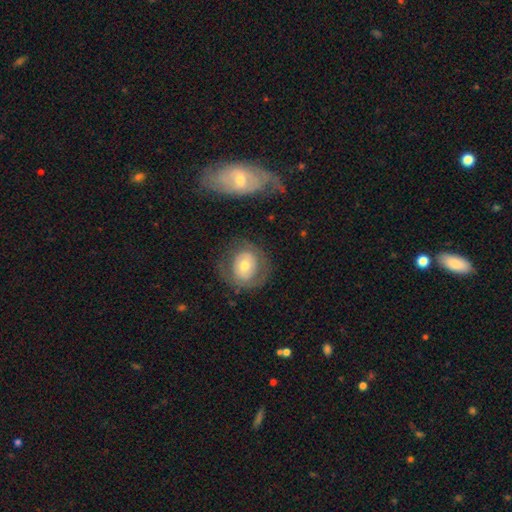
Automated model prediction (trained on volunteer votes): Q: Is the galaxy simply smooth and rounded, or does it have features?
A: featured or disk — 45%.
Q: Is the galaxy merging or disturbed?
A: none — 74%.